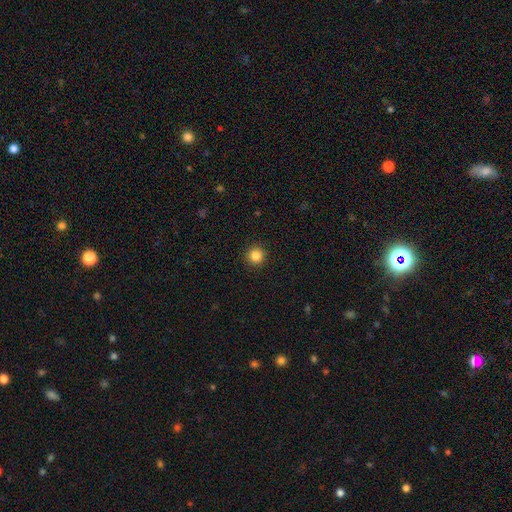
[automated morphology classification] Smooth or featured: smooth — 84% (star or artifact — 11%)
How rounded: round — 96% (in between — 4%)
Merging: none — 93% (minor disturbance — 5%)